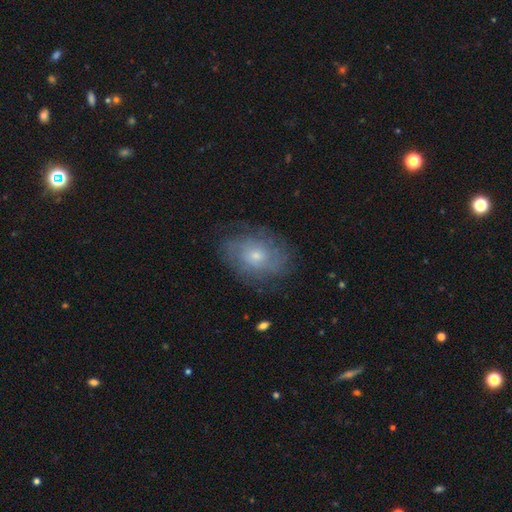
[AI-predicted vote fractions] A featured or disk galaxy (64%) with no bar (80%), spiral arms (80%) and a small central bulge (57%).

Vote fractions:
- Smooth or featured? featured or disk: 64% / smooth: 28% / star or artifact: 9%
- Edge-on disk? no: 96% / yes: 4%
- Bar? no: 80% / weak: 18% / strong: 2%
- Spiral arms? yes: 80% / no: 20%
- Bulge size? small: 57% / moderate: 38% / large: 2% / none: 2% / dominant: 1%
- Merging? none: 75% / minor disturbance: 17% / major disturbance: 7% / merger: 1%